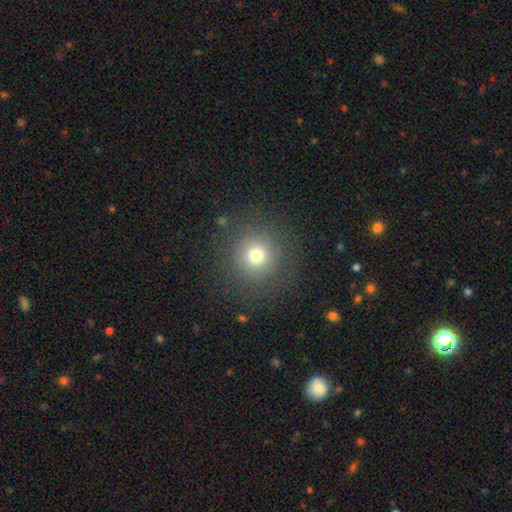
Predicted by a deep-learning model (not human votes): This appears to be a smooth galaxy with no disk features (73%) that is round (94%). Merging: none (86%).